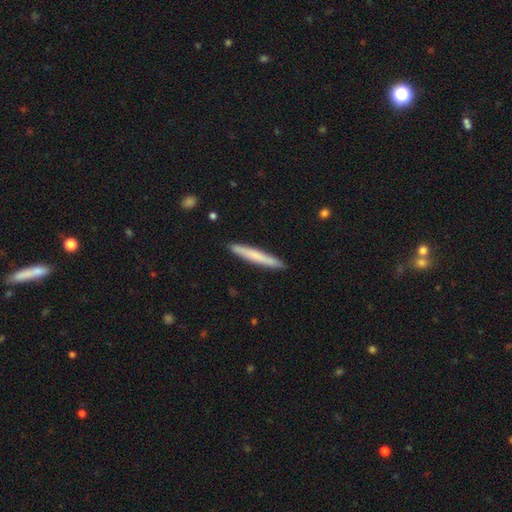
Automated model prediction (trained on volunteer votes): Smooth or featured? Predicted: smooth (p=0.68). How rounded? Predicted: cigar-shaped (p=0.96). Merging? Predicted: none (p=0.91).